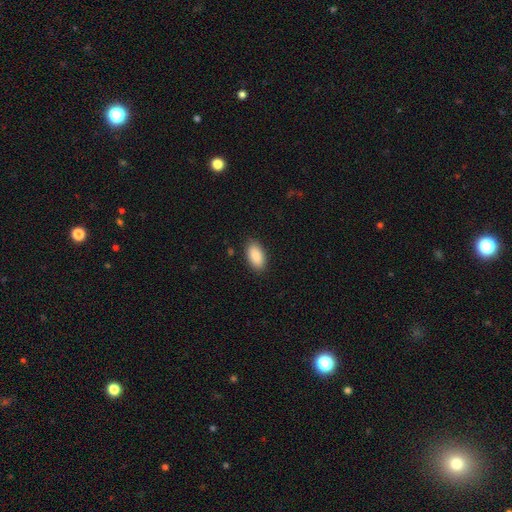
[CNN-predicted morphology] This is clearly a smooth galaxy (90%). How rounded: clearly in between (94%). Merging: clearly none (87%).